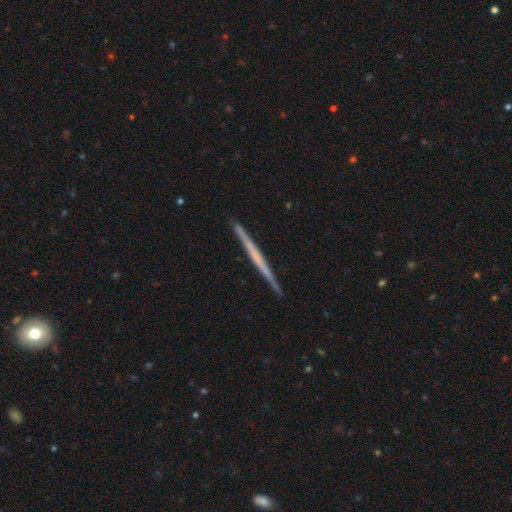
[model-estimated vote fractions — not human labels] This is likely a featured or disk galaxy (62%). It is clearly viewed edge-on (98%). Edge-on bulge: clearly none (87%). Merging: clearly none (92%).